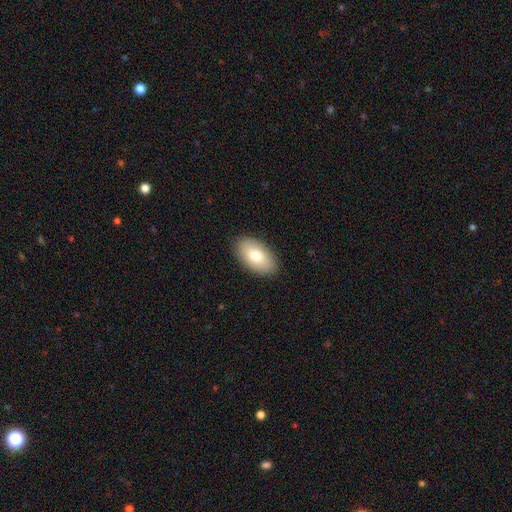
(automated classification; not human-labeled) The model was most divided on "smooth or featured": smooth: 77%, featured or disk: 16%, star or artifact: 6%. More confident: how rounded — in between (95%); merging — none (88%).